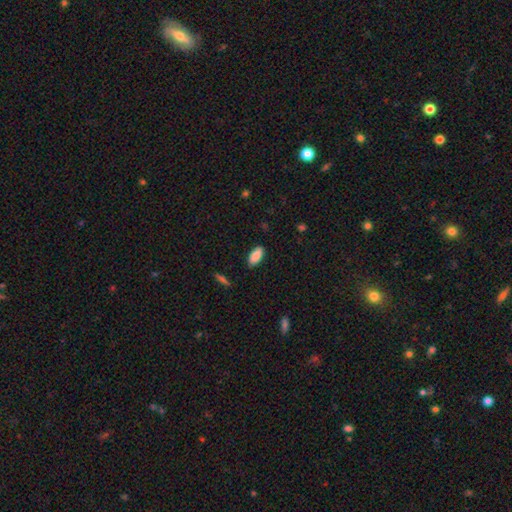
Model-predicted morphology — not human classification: The model was most divided on "merging": none: 85%, minor disturbance: 11%, major disturbance: 2%, merger: 1%. More confident: smooth or featured — smooth (87%); how rounded — in between (87%).